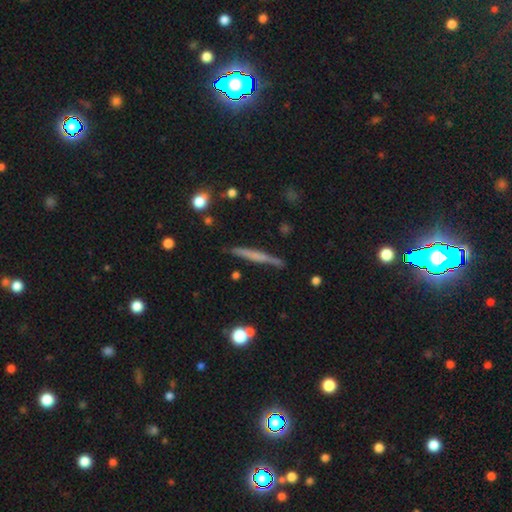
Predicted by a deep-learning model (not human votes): Morphology: type=featured or disk (50%); edge-on=yes (97%); merging=none (86%).